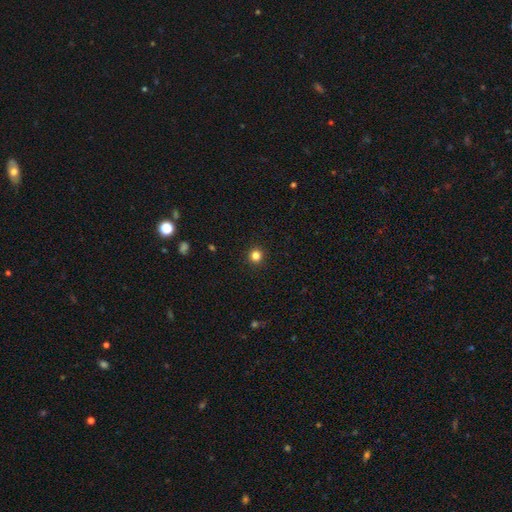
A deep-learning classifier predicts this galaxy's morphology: type=smooth (83%); roundness=round (94%); merging=none (93%).